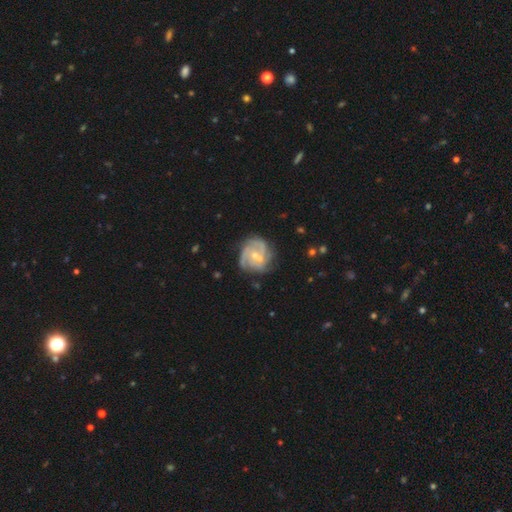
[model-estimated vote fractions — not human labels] featured or disk 83%, smooth 11%, star or artifact 6%. Down the decision tree: edge-on disk — no (98%); bar — no (53%); spiral arms — yes (95%); spiral arm count — 3 (44%); spiral winding — tight (46%); bulge size — small (62%); merging — none (65%).